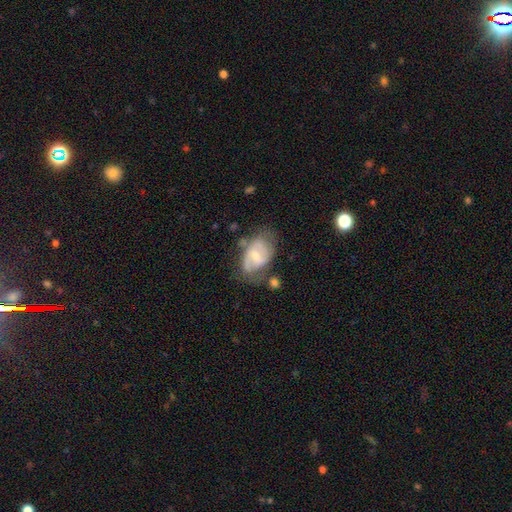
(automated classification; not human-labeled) The model was most divided on "bulge size": moderate: 52%, small: 42%, large: 3%, none: 2%, dominant: 1%. More confident: edge-on disk — no (96%); spiral arms — yes (77%); smooth or featured — featured or disk (64%); merging — none (52%); bar — weak (52%).